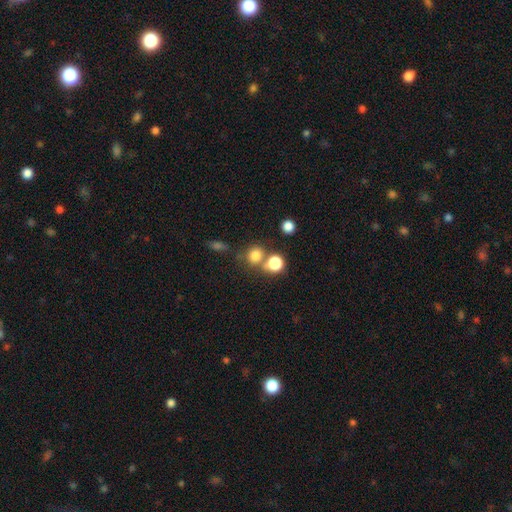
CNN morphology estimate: A smooth galaxy with no disk features (77%) that is round (82%). Merging: none (57%).